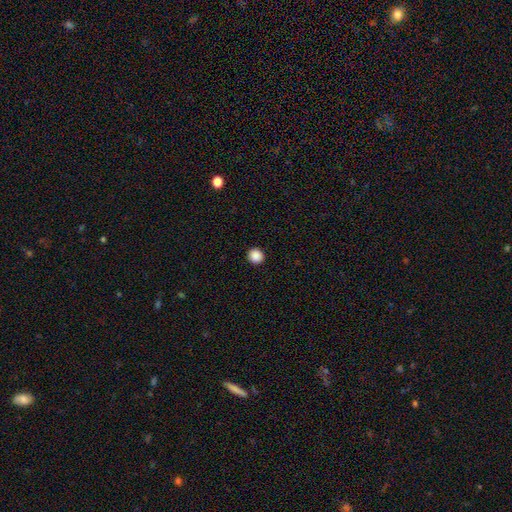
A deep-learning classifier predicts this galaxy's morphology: Q: Smooth or featured?
A: smooth (88%); runner-up: star or artifact (9%)
Q: How rounded?
A: round (94%); runner-up: in between (5%)
Q: Merging?
A: none (93%); runner-up: minor disturbance (4%)